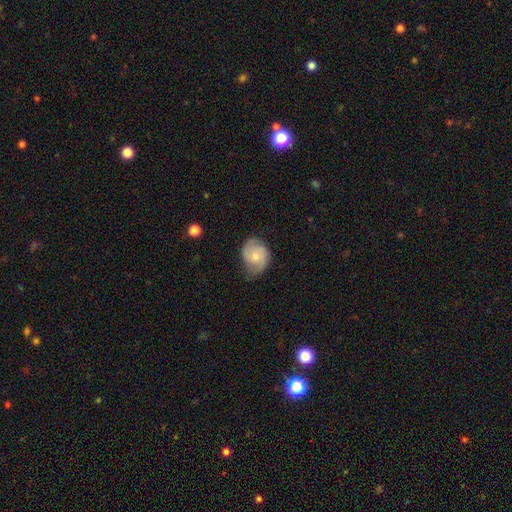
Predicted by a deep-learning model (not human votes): Overall: smooth (53%; featured or disk 40%). How rounded: round (54%; in between 45%). Merging: none (56%; minor disturbance 33%).